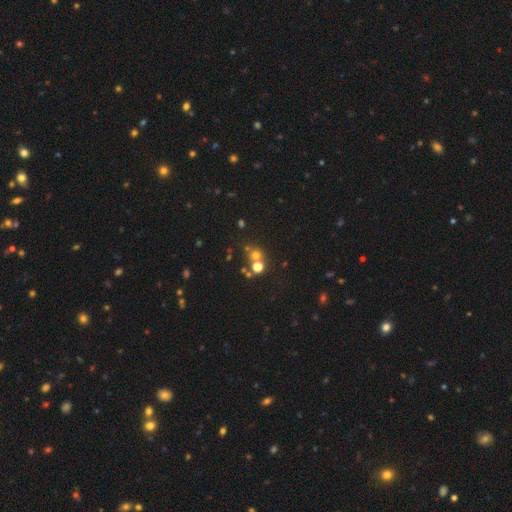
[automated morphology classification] A smooth galaxy with no disk features (59%) that is round (84%). Merging: none (54%).